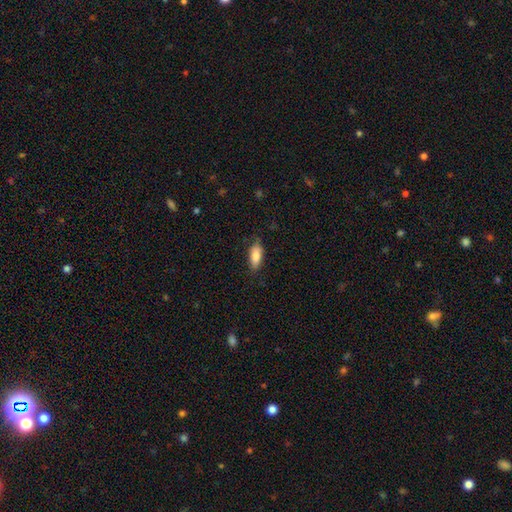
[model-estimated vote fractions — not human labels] This appears to be a smooth galaxy with no disk features (83%) that is in between round and cigar-shaped (78%). Merging: none (77%).